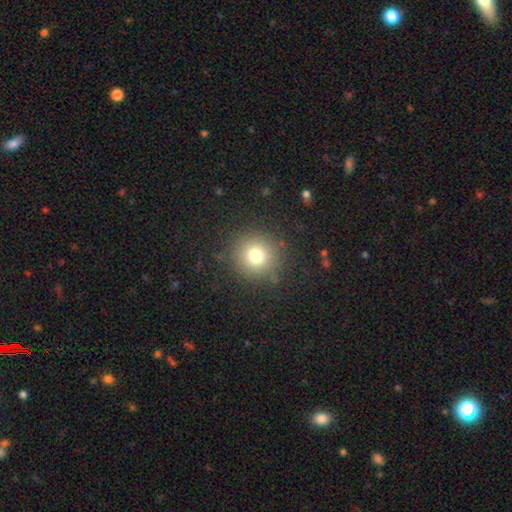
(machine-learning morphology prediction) smooth_or_featured: smooth (p=0.76) [alt: star or artifact p=0.14]
how_rounded: round (p=0.94) [alt: in between p=0.05]
merging: none (p=0.87) [alt: minor disturbance p=0.08]